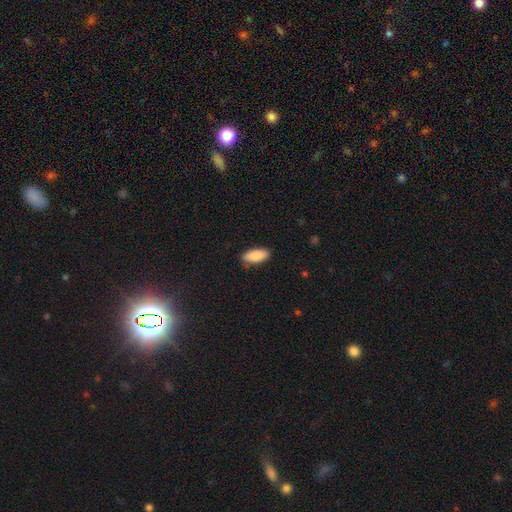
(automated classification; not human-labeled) The model was most divided on "how rounded": in between: 84%, cigar-shaped: 15%, round: 2%. More confident: smooth or featured — smooth (87%); merging — none (86%).